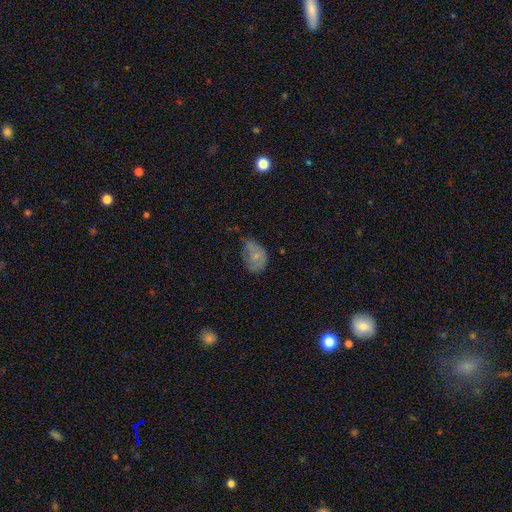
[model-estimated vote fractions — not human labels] The model was most divided on "merging": minor disturbance: 39%, none: 29%, major disturbance: 27%, merger: 5%. More confident: how rounded — in between (78%); smooth or featured — smooth (64%).